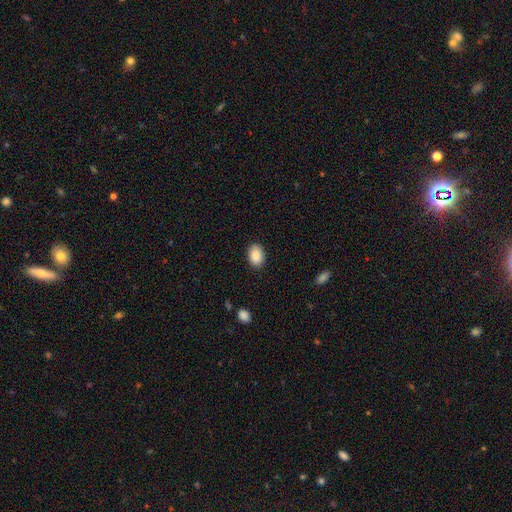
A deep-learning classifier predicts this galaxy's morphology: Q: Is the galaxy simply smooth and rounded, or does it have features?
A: smooth — 89%.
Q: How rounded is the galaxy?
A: in between — 84%.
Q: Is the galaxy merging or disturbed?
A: none — 87%.